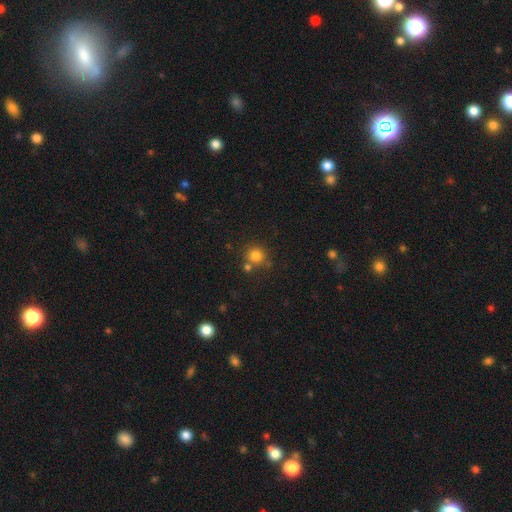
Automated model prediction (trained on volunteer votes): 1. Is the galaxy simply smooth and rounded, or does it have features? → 81% smooth, 13% star or artifact, 6% featured or disk.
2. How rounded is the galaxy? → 90% round, 9% in between, 1% cigar-shaped.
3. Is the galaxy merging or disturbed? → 69% none, 17% merger, 10% minor disturbance, 4% major disturbance.